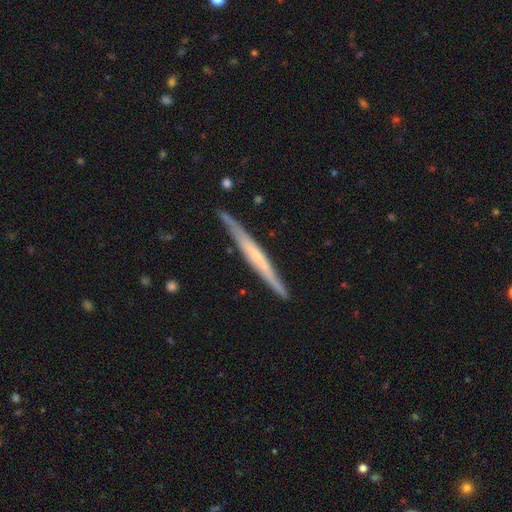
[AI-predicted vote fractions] Q: Smooth or featured?
A: featured or disk (63%); runner-up: smooth (32%)
Q: Edge-on disk?
A: yes (95%); runner-up: no (5%)
Q: Edge-on bulge?
A: none (62%); runner-up: rounded (28%)
Q: Merging?
A: none (85%); runner-up: minor disturbance (12%)